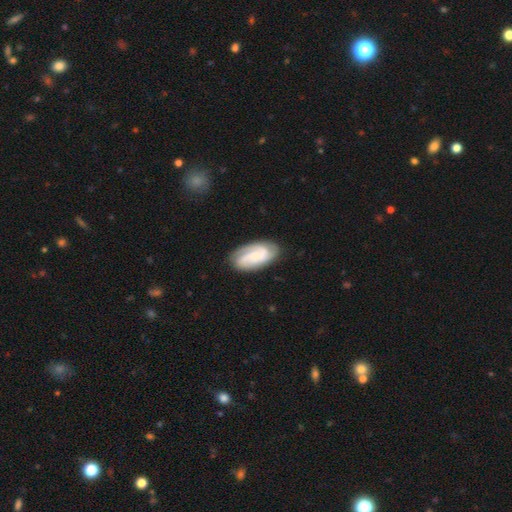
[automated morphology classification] Smooth or featured? Predicted: featured or disk (p=0.69). Edge-on disk? Predicted: no (p=0.96). Bar? Predicted: no (p=0.58). Spiral arms? Predicted: yes (p=0.95). Spiral winding? Predicted: tight (p=0.48). Spiral arm count? Predicted: 2 (p=0.34). Bulge size? Predicted: small (p=0.52). Merging? Predicted: none (p=0.77).